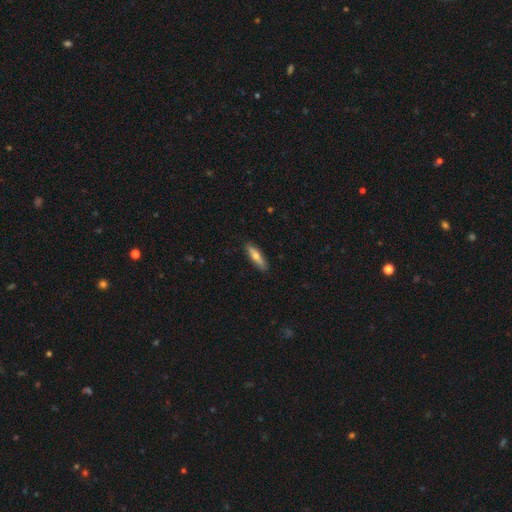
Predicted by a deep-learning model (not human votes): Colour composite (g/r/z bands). It shows a smooth galaxy with no disk features (62%) that is cigar-shaped (72%). Merging: none (87%).